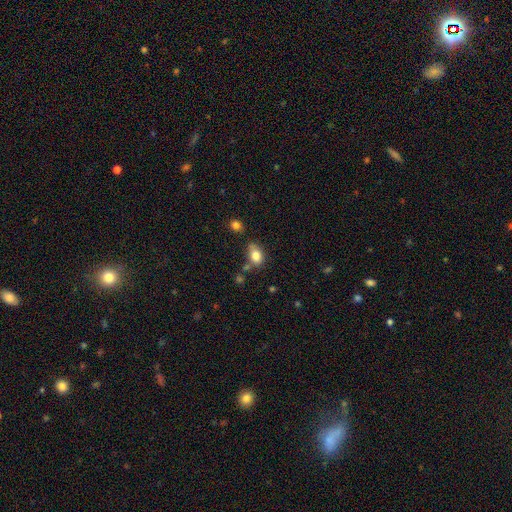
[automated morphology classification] Smooth or featured?
  - smooth: 81% *
  - star or artifact: 10%
  - featured or disk: 10%
How rounded?
  - in between: 76% *
  - round: 22%
  - cigar-shaped: 2%
Merging?
  - none: 56% *
  - minor disturbance: 25%
  - merger: 12%
  - major disturbance: 7%